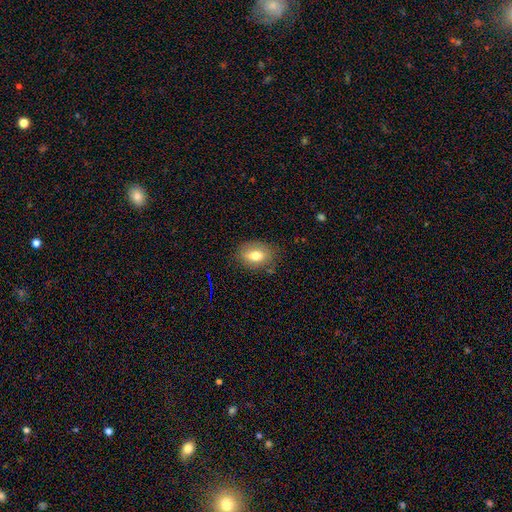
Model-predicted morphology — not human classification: Smooth or featured: smooth — 74% (featured or disk — 17%)
How rounded: in between — 77% (round — 21%)
Merging: none — 80% (minor disturbance — 15%)